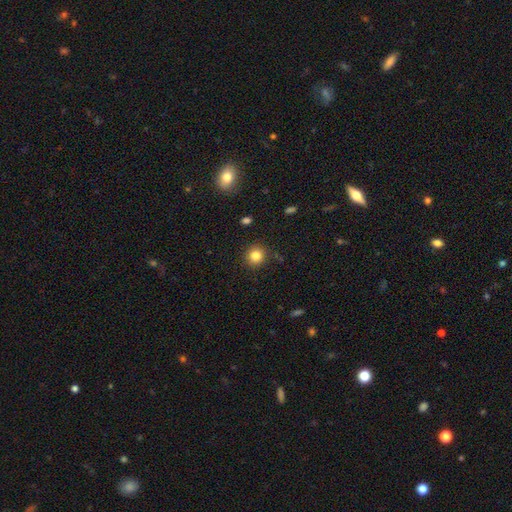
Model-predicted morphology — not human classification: smooth-or-featured: smooth: 82% | star or artifact: 12% | featured or disk: 6%
  how-rounded: round: 90% | in between: 9% | cigar-shaped: 1%
  merging: none: 89% | minor disturbance: 7% | major disturbance: 2% | merger: 2%